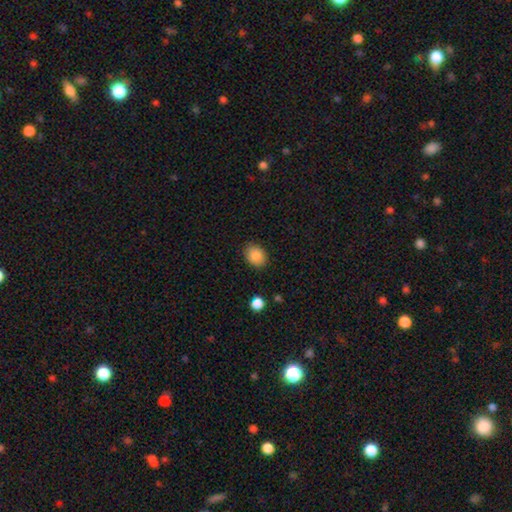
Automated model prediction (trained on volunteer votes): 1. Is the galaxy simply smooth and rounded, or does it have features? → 87% smooth, 8% star or artifact, 5% featured or disk.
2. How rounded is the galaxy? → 58% in between, 41% round, 1% cigar-shaped.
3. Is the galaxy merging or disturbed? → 87% none, 10% minor disturbance, 2% major disturbance, 1% merger.